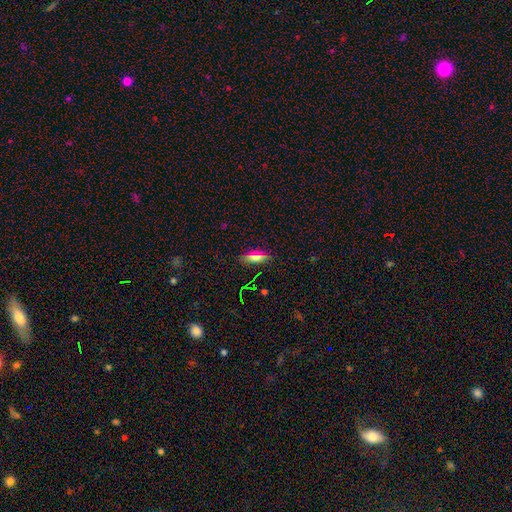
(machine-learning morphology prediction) Q: Smooth or featured?
A: smooth (64%); runner-up: featured or disk (19%)
Q: How rounded?
A: in between (65%); runner-up: cigar-shaped (30%)
Q: Merging?
A: none (86%); runner-up: minor disturbance (10%)